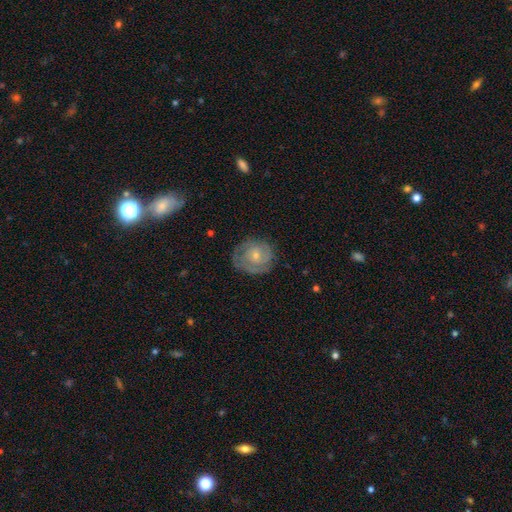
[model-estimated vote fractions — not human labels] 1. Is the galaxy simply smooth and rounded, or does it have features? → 60% featured or disk, 33% smooth, 7% star or artifact.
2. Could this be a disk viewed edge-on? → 97% no, 3% yes.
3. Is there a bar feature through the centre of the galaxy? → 71% no, 25% weak, 4% strong.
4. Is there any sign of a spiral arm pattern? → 82% yes, 18% no.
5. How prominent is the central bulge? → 63% small, 32% moderate, 3% none, 2% large, 1% dominant.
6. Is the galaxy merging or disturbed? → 70% none, 20% minor disturbance, 9% major disturbance, 1% merger.